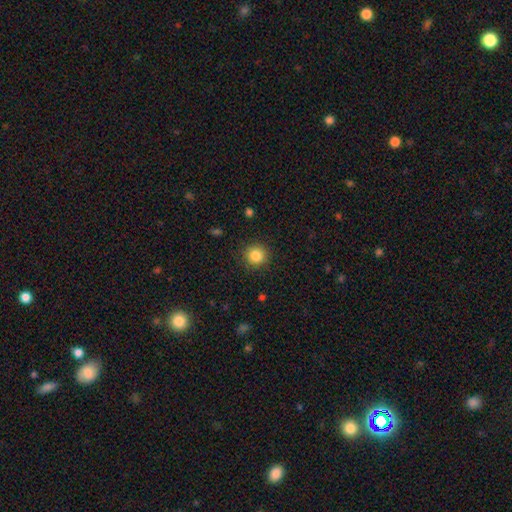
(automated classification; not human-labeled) The model was most divided on "smooth or featured": smooth: 84%, star or artifact: 11%, featured or disk: 5%. More confident: how rounded — round (93%); merging — none (89%).